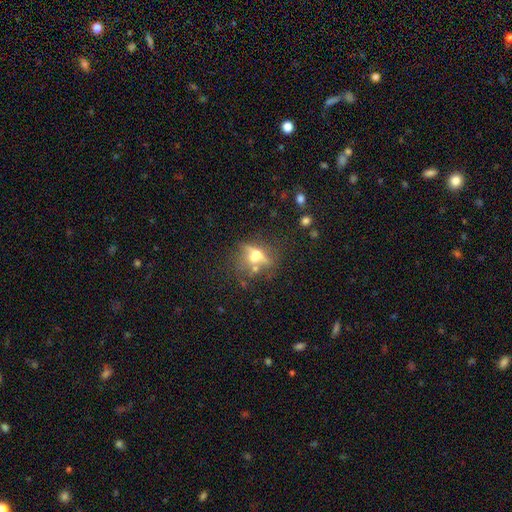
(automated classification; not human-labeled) smooth_or_featured: featured or disk (p=0.51) [alt: smooth p=0.33]
disk_edge_on: yes (p=0.61) [alt: no p=0.39]
merging: none (p=0.53) [alt: merger p=0.17]